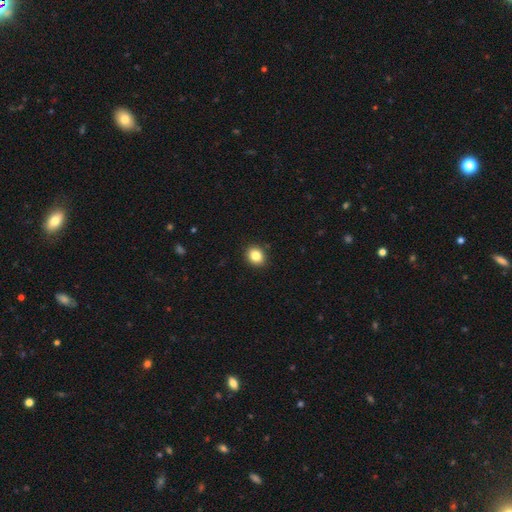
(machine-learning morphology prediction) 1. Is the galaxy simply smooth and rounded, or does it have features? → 85% smooth, 10% star or artifact, 6% featured or disk.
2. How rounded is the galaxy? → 58% round, 42% in between, 1% cigar-shaped.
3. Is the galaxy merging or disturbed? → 90% none, 7% minor disturbance, 2% major disturbance, 1% merger.